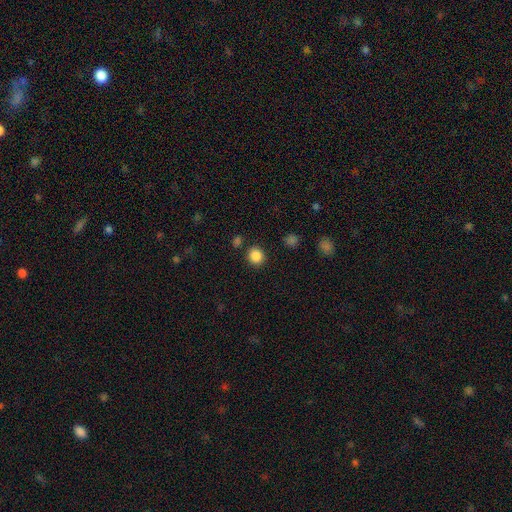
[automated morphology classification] This appears to be a smooth galaxy with no disk features (86%) that is round (89%). Merging: none (88%).